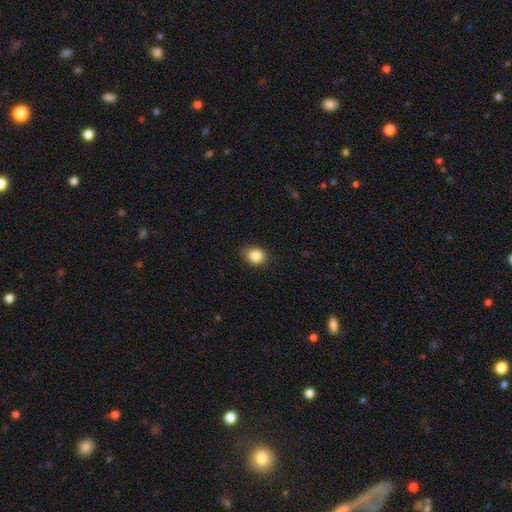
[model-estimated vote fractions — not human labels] Q: Smooth or featured?
A: smooth (85%); runner-up: star or artifact (9%)
Q: How rounded?
A: in between (54%); runner-up: round (45%)
Q: Merging?
A: none (86%); runner-up: minor disturbance (11%)